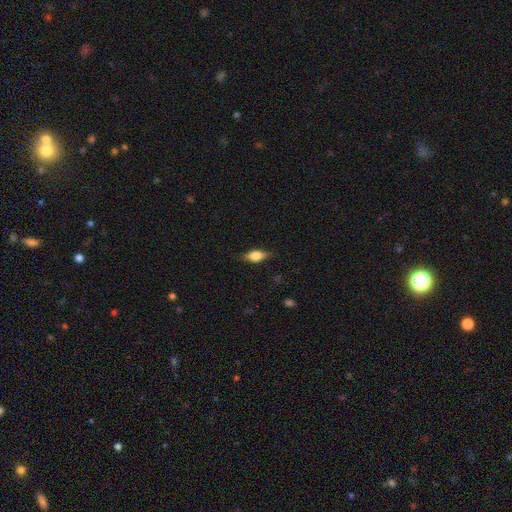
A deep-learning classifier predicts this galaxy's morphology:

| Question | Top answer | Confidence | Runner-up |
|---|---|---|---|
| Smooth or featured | smooth | 67% | featured or disk (26%) |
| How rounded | in between | 77% | cigar-shaped (18%) |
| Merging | none | 81% | minor disturbance (15%) |